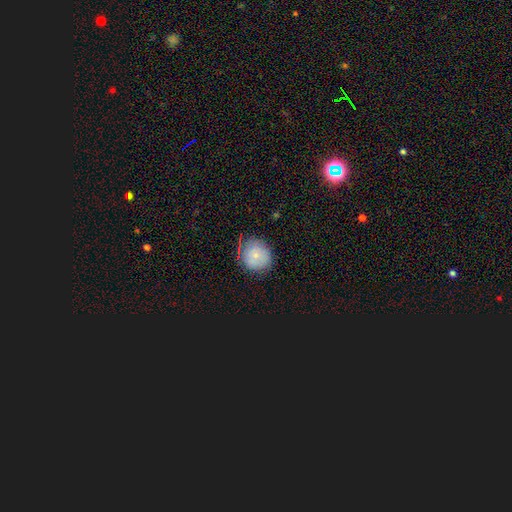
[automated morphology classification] Q: Smooth or featured?
A: smooth (76%); runner-up: featured or disk (15%)
Q: How rounded?
A: round (87%); runner-up: in between (12%)
Q: Merging?
A: none (74%); runner-up: minor disturbance (19%)